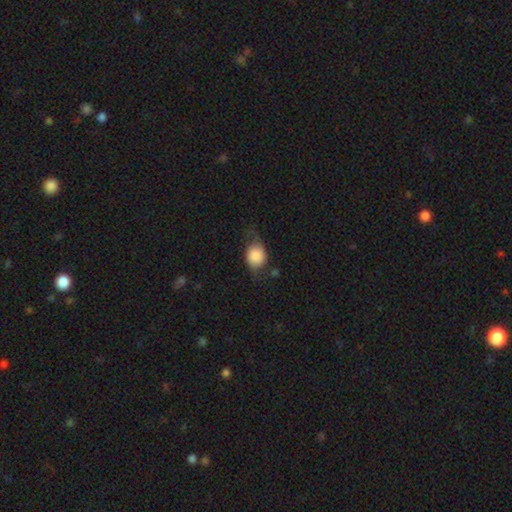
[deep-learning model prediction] Morphology: type=smooth (74%); roundness=round (55%); merging=none (49%).